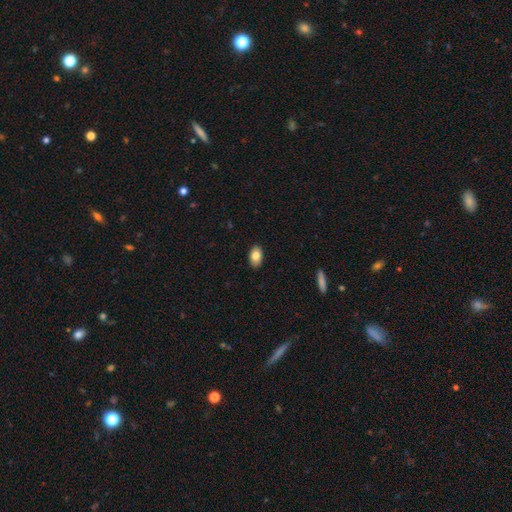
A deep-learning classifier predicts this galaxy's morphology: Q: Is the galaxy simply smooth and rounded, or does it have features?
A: smooth — 83%.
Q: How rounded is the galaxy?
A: in between — 91%.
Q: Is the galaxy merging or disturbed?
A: none — 89%.